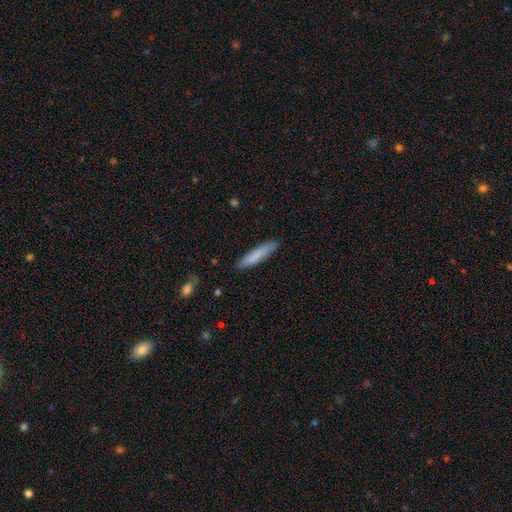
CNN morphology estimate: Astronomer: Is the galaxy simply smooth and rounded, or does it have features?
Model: smooth — 82%.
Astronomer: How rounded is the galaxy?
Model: cigar-shaped — 87%.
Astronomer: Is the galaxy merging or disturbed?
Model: none — 86%.